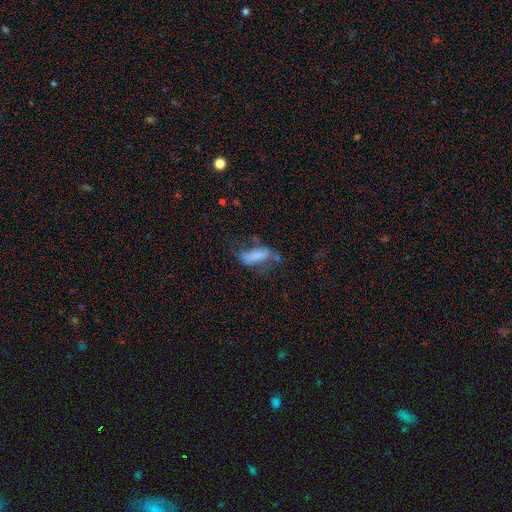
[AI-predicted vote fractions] Overall: smooth (62%; featured or disk 27%). How rounded: in between (54%; cigar-shaped 43%). Merging: none (34%; major disturbance 32%).